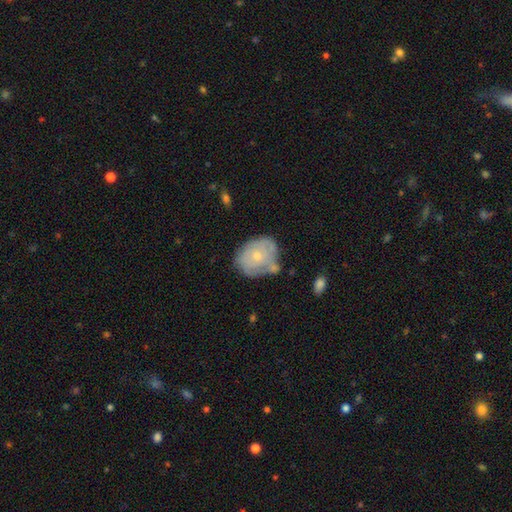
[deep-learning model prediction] Smooth or featured? Predicted: smooth (p=0.50). Merging? Predicted: none (p=0.49).